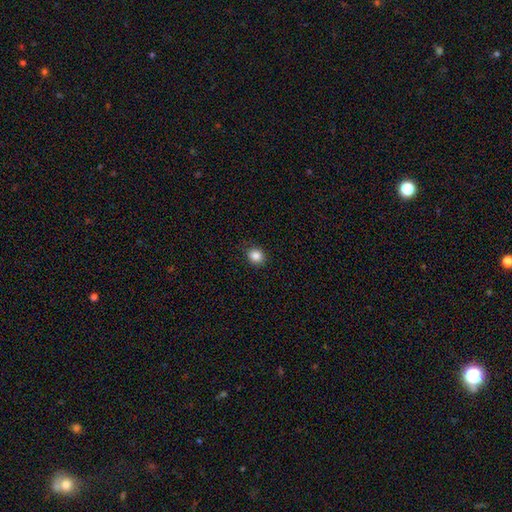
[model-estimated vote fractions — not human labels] Smooth or featured?
  - smooth: 86% *
  - star or artifact: 10%
  - featured or disk: 4%
How rounded?
  - round: 74% *
  - in between: 25%
  - cigar-shaped: 1%
Merging?
  - none: 87% *
  - minor disturbance: 10%
  - major disturbance: 2%
  - merger: 1%